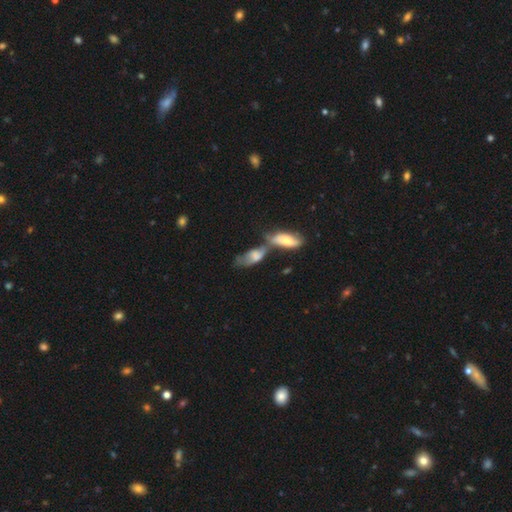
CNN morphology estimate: The model was most divided on "smooth or featured": smooth: 59%, featured or disk: 32%, star or artifact: 8%. More confident: how rounded — in between (83%); merging — merger (62%).